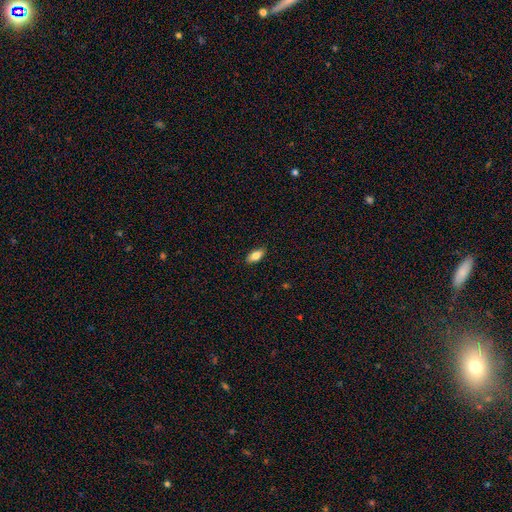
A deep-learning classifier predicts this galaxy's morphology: Overall: smooth (80%). How rounded: in between (86%). Merging: none (88%).